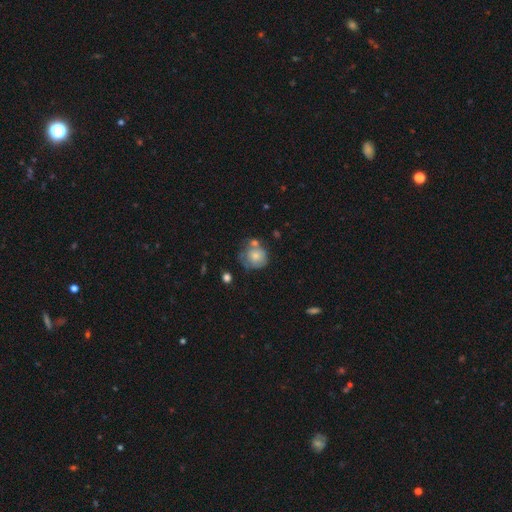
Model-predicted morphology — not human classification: Smooth or featured? smooth (66%)
How rounded? round (81%)
Merging? none (43%)